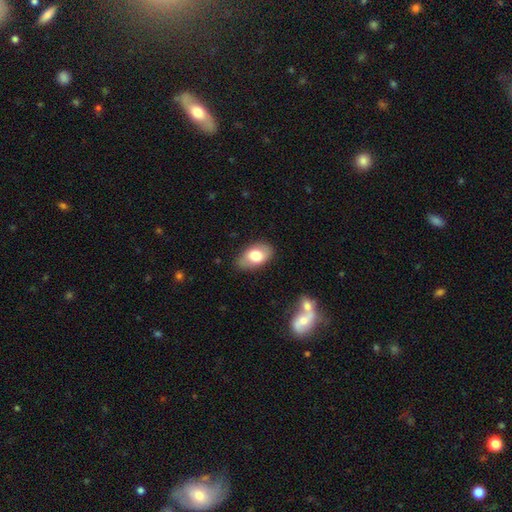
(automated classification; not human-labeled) smooth_or_featured: smooth (p=0.75) [alt: featured or disk p=0.19]
how_rounded: in between (p=0.91) [alt: round p=0.07]
merging: none (p=0.77) [alt: minor disturbance p=0.17]